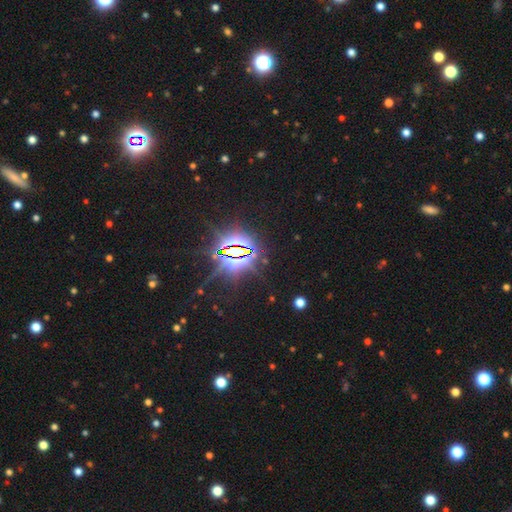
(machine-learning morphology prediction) Smooth or featured? star or artifact (86%)